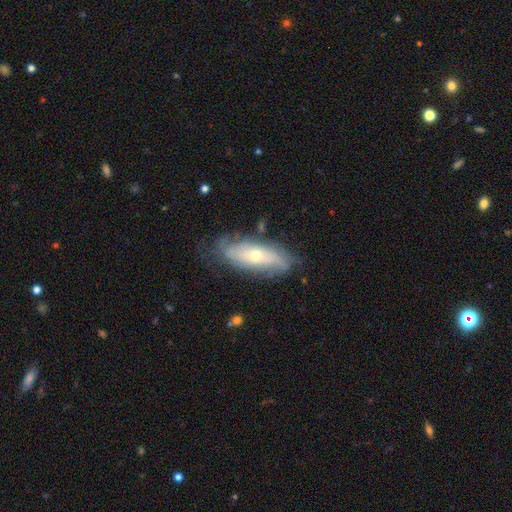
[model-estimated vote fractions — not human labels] Morphology: type=featured or disk (67%); edge-on=no (79%); bar=no (73%); spiral arms=yes (79%); bulge=small (49%); merging=none (69%).